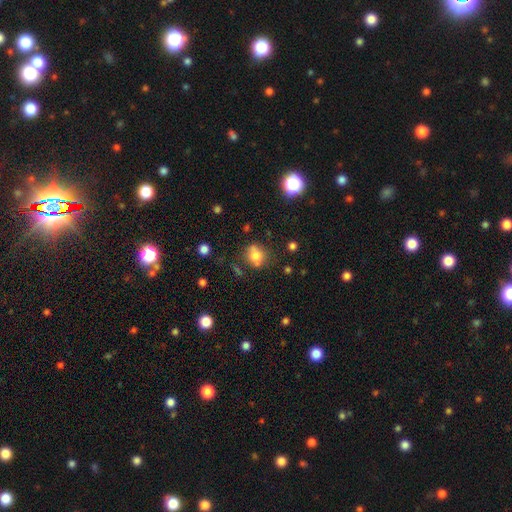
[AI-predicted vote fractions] Smooth or featured: smooth — 71% (featured or disk — 16%)
How rounded: round — 68% (in between — 31%)
Merging: none — 62% (minor disturbance — 20%)